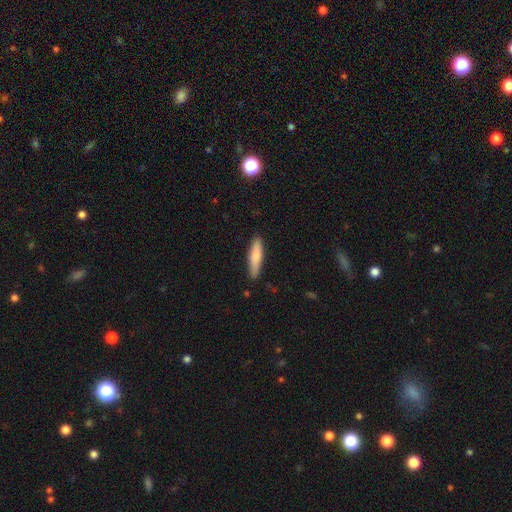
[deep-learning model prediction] Morphology: type=smooth (77%); roundness=cigar-shaped (78%); merging=none (85%).